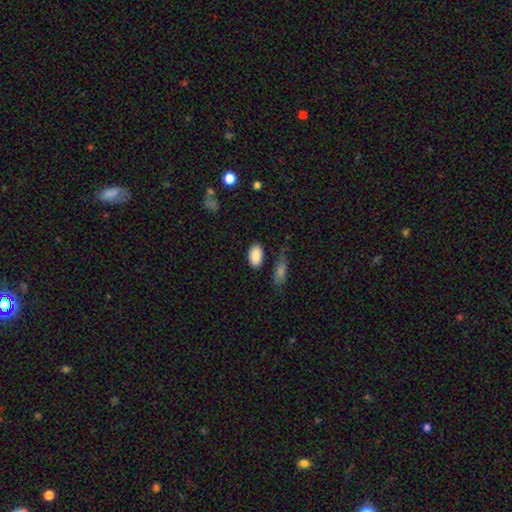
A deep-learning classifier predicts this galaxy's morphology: A smooth galaxy with no disk features (89%) that is in between round and cigar-shaped (94%).

Vote fractions:
- Smooth or featured? smooth: 89% / star or artifact: 7% / featured or disk: 5%
- How rounded? in between: 94% / round: 5% / cigar-shaped: 2%
- Merging? none: 78% / minor disturbance: 14% / merger: 4% / major disturbance: 4%